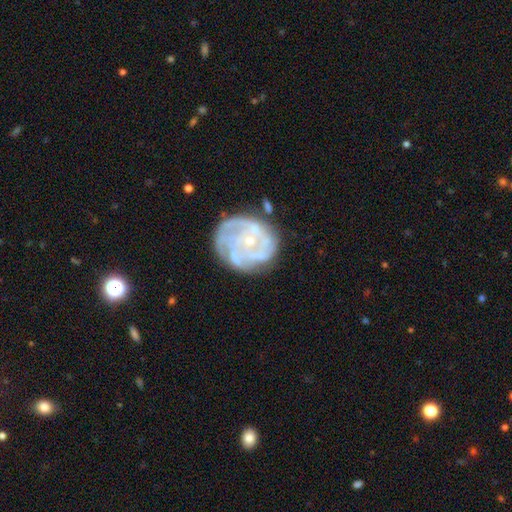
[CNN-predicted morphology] smooth-or-featured: featured or disk: 79% | smooth: 14% | star or artifact: 7%
  disk-edge-on: no: 98% | yes: 2%
    bar: no: 77% | weak: 19% | strong: 4%
    has-spiral-arms: yes: 80% | no: 20%
      spiral-winding: tight: 59% | medium: 29% | loose: 12%
      spiral-arm-count: can't tell: 38% | 3: 20% | 4: 17% | 2: 11% | more than 4: 8% | 1: 6%
    bulge-size: small: 69% | moderate: 25% | none: 4% | large: 1% | dominant: 1%
  merging: none: 63% | minor disturbance: 20% | major disturbance: 14% | merger: 3%